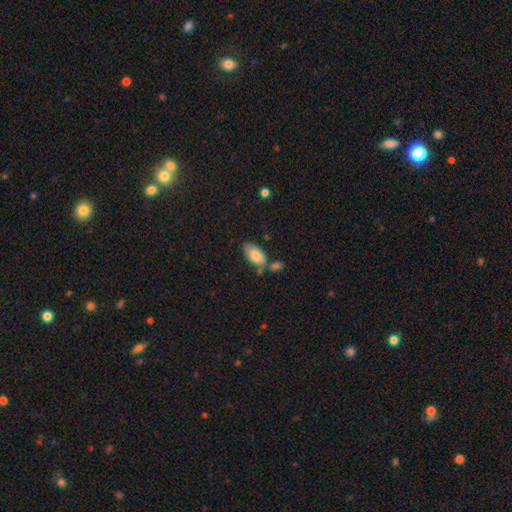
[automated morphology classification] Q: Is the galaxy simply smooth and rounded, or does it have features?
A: smooth — 82%.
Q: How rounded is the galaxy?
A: in between — 94%.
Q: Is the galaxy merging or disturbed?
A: none — 54%.